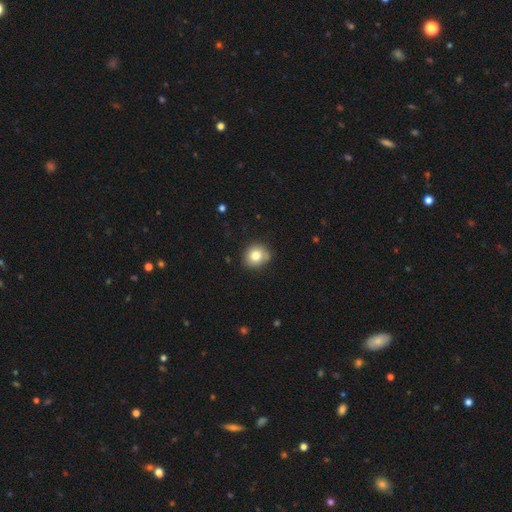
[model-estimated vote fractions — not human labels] Morphology: type=smooth (80%); roundness=round (83%); merging=none (80%).